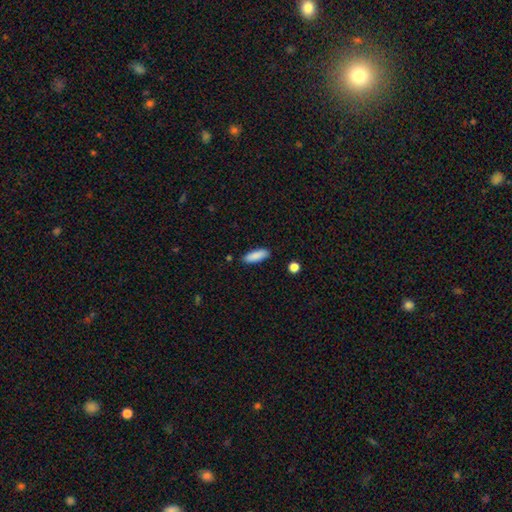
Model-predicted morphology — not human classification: Q: Smooth or featured?
A: smooth (87%); runner-up: star or artifact (6%)
Q: How rounded?
A: in between (54%); runner-up: cigar-shaped (44%)
Q: Merging?
A: none (87%); runner-up: minor disturbance (9%)